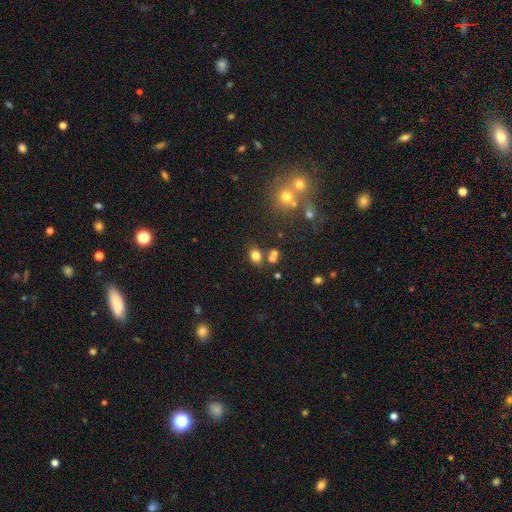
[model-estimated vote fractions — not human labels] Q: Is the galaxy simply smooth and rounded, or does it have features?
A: smooth — 76%.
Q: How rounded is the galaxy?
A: in between — 54%.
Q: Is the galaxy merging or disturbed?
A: none — 65%.